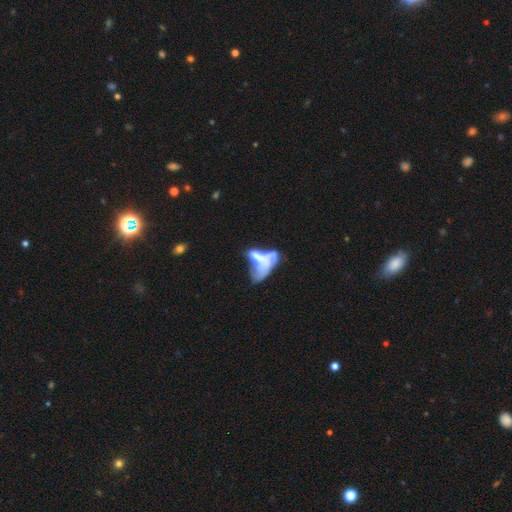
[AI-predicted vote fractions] Smooth or featured? Predicted: featured or disk (p=0.48). Merging? Predicted: merger (p=0.49).